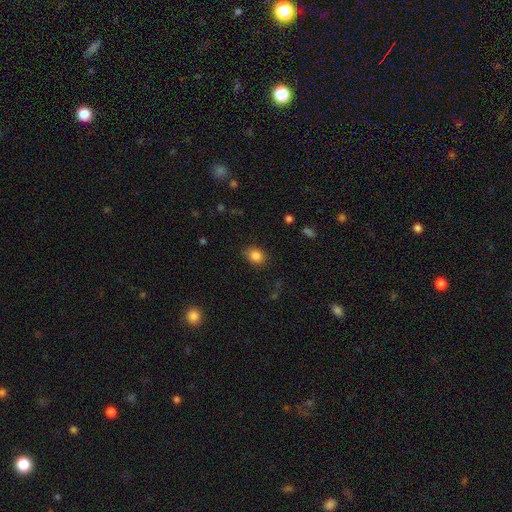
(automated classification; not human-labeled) Smooth or featured? Predicted: smooth (p=0.85). How rounded? Predicted: round (p=0.57). Merging? Predicted: none (p=0.79).